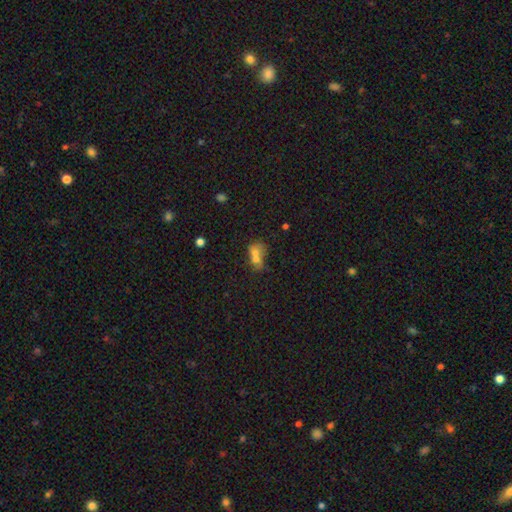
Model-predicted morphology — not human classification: A smooth galaxy with no disk features (65%) that is in between round and cigar-shaped (51%). Merging: merger (65%).